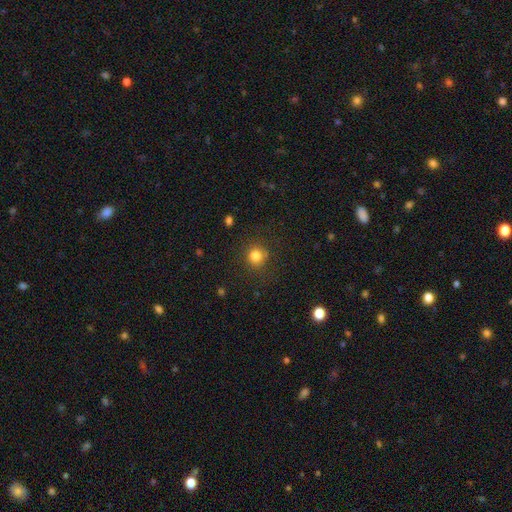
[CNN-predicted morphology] Q: Smooth or featured?
A: smooth (82%); runner-up: star or artifact (13%)
Q: How rounded?
A: round (92%); runner-up: in between (7%)
Q: Merging?
A: none (85%); runner-up: minor disturbance (10%)